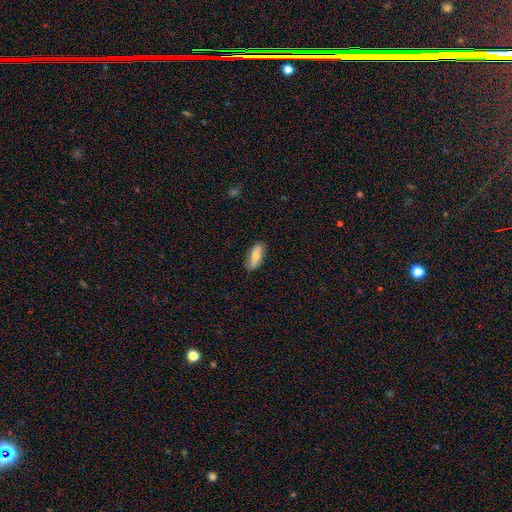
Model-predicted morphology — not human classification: A smooth galaxy with no disk features (70%) that is in between round and cigar-shaped (72%).

Vote fractions:
- Smooth or featured? smooth: 70% / featured or disk: 24% / star or artifact: 6%
- How rounded? in between: 72% / cigar-shaped: 25% / round: 3%
- Merging? none: 82% / minor disturbance: 14% / major disturbance: 3% / merger: 1%